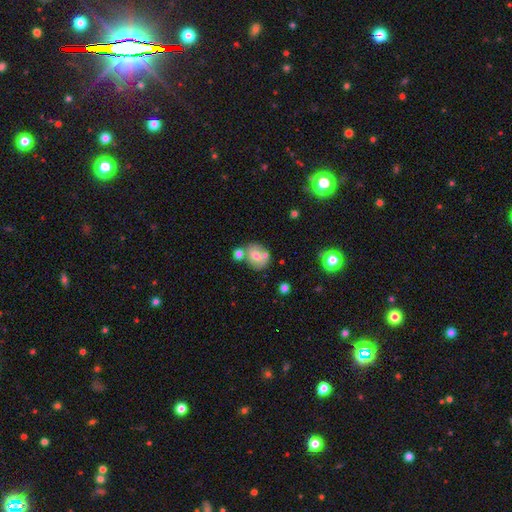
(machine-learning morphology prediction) Smooth or featured? Predicted: smooth (p=0.63). How rounded? Predicted: round (p=0.54). Merging? Predicted: none (p=0.60).